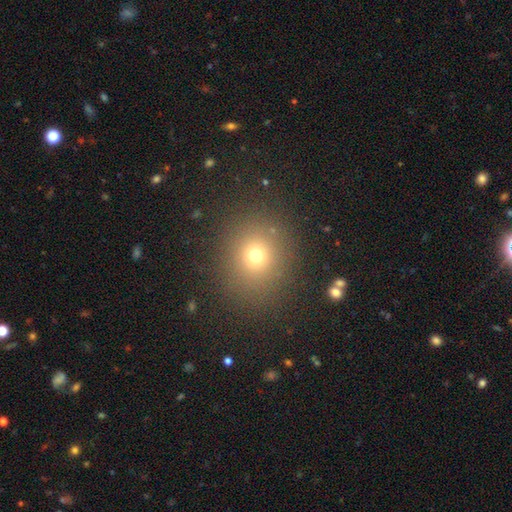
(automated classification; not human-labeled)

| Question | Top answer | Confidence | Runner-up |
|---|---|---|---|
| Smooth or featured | smooth | 70% | star or artifact (21%) |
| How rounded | round | 78% | in between (21%) |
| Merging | none | 87% | minor disturbance (8%) |